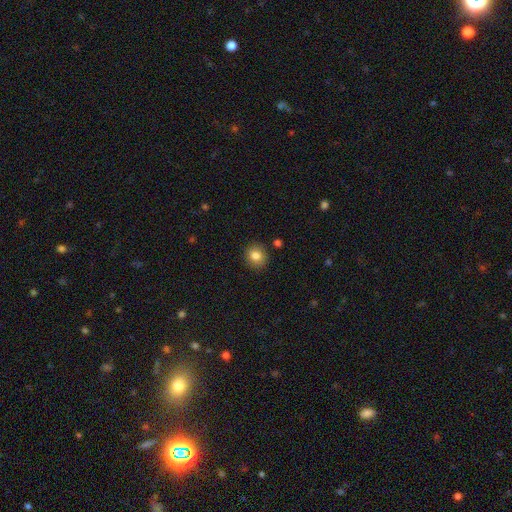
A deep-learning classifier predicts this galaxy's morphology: This appears to be a smooth galaxy with no disk features (83%) that is round (81%). Merging: none (89%).